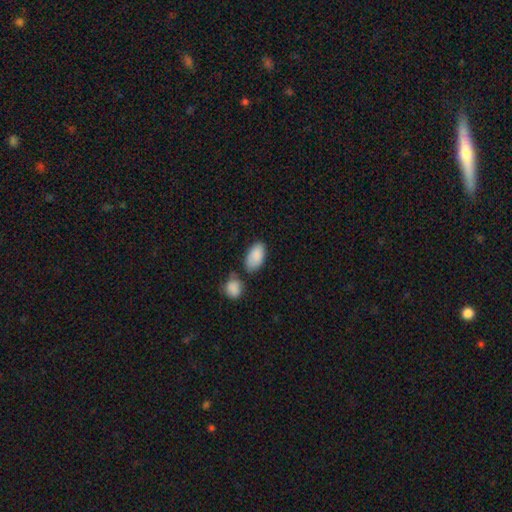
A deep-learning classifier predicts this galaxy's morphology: type=smooth (88%); roundness=in between (94%); merging=none (62%).